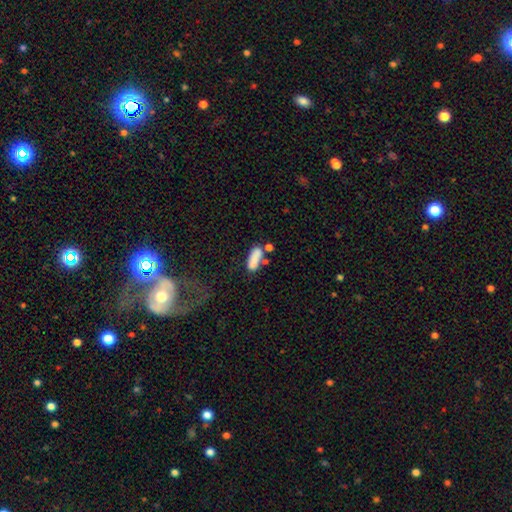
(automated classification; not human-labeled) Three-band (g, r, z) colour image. It shows a smooth galaxy with no disk features (77%) that is in between round and cigar-shaped (73%). Merging: none (41%).